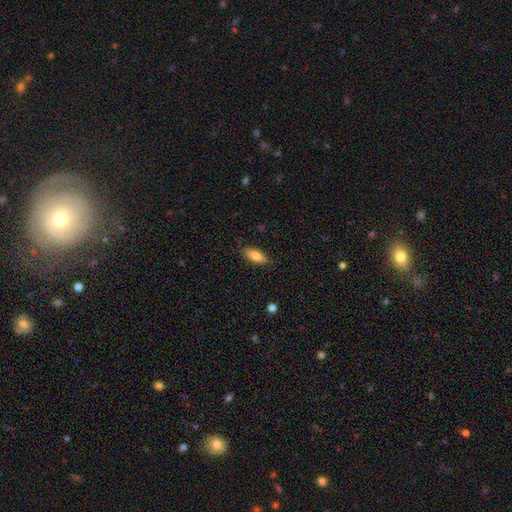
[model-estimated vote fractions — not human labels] Overall: smooth (79%). How rounded: in between (83%). Merging: none (86%).